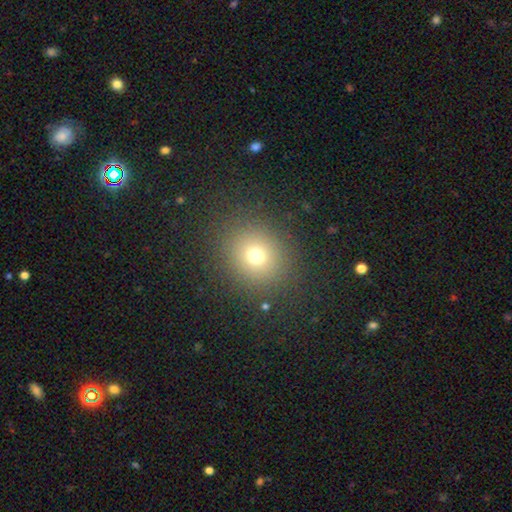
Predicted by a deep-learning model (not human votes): Smooth or featured: smooth — 71% (star or artifact — 19%)
How rounded: round — 83% (in between — 16%)
Merging: none — 87% (minor disturbance — 7%)